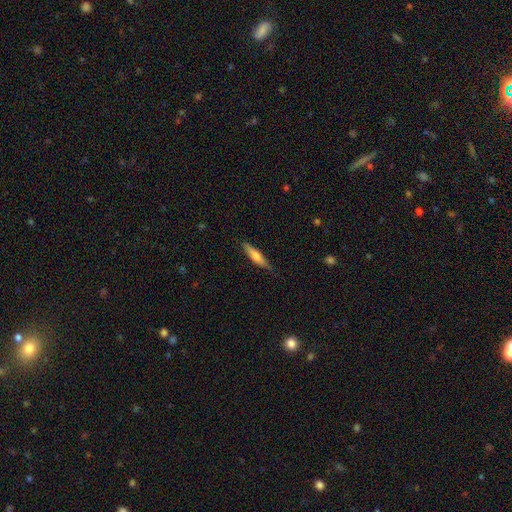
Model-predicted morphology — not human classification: Smooth or featured: smooth — 58% (featured or disk — 36%)
How rounded: cigar-shaped — 82% (in between — 16%)
Merging: none — 83% (minor disturbance — 13%)